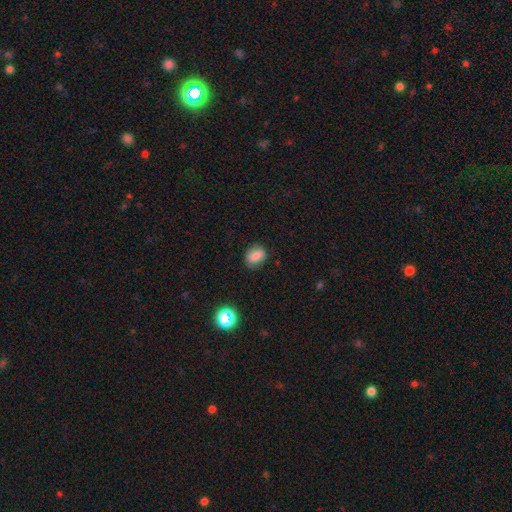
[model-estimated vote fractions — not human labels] The model was most divided on "how rounded": in between: 56%, round: 43%, cigar-shaped: 1%. More confident: merging — none (82%); smooth or featured — smooth (82%).